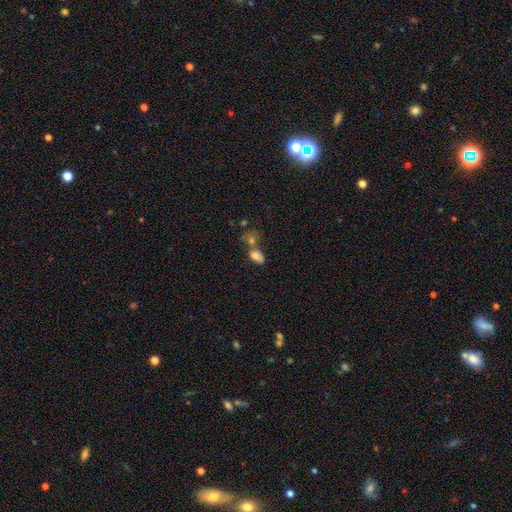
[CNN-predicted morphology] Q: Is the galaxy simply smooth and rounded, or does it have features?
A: smooth — 76%.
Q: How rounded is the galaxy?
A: in between — 87%.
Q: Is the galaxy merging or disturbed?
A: merger — 45%.